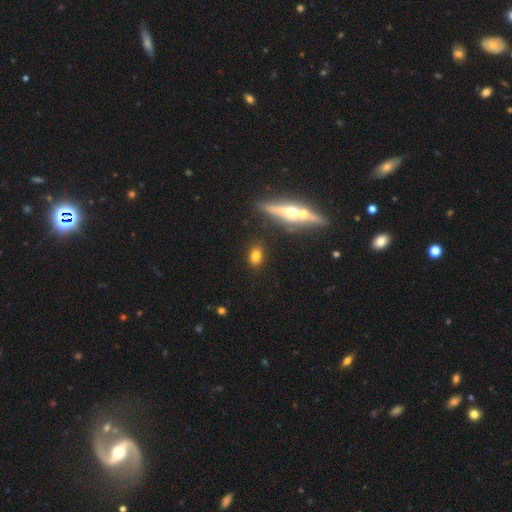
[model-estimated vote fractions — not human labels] smooth-or-featured: smooth: 75% | featured or disk: 14% | star or artifact: 11%
  how-rounded: in between: 70% | round: 25% | cigar-shaped: 6%
  merging: none: 83% | minor disturbance: 10% | merger: 4% | major disturbance: 3%